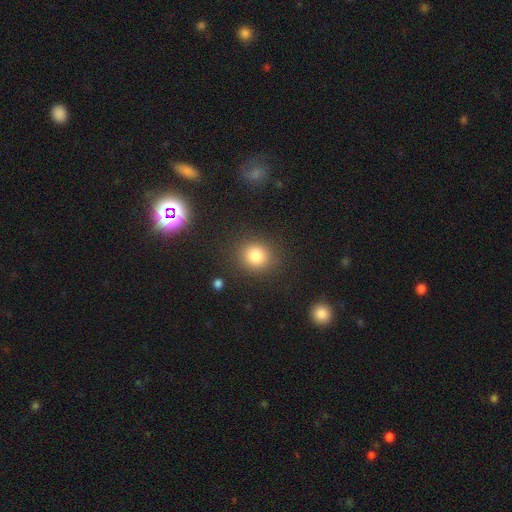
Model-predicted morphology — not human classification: Smooth or featured: smooth — 81% (star or artifact — 12%)
How rounded: round — 81% (in between — 18%)
Merging: none — 87% (minor disturbance — 8%)